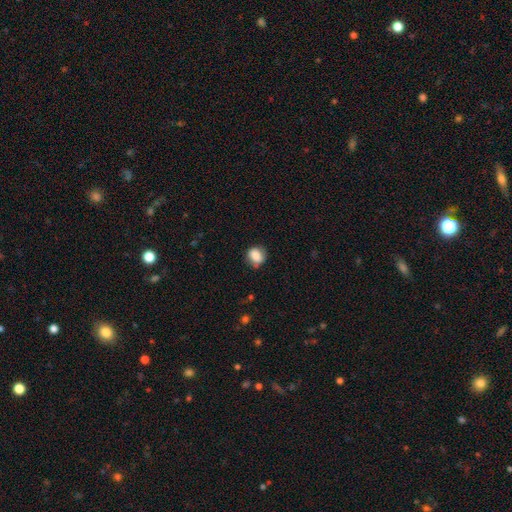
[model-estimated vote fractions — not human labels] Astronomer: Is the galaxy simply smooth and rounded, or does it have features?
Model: smooth — 81%.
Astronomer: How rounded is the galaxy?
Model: round — 61% (runner-up: in between, 38%).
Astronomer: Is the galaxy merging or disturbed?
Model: none — 71%.